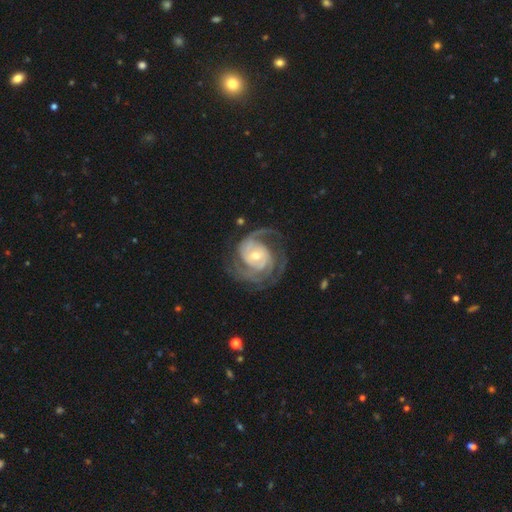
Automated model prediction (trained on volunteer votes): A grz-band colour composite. It shows a featured or disk galaxy (92%) with no bar (54%), 2 (34%) tight (55%) spiral arms (98%) and a moderate central bulge (56%). Merging: none (70%).